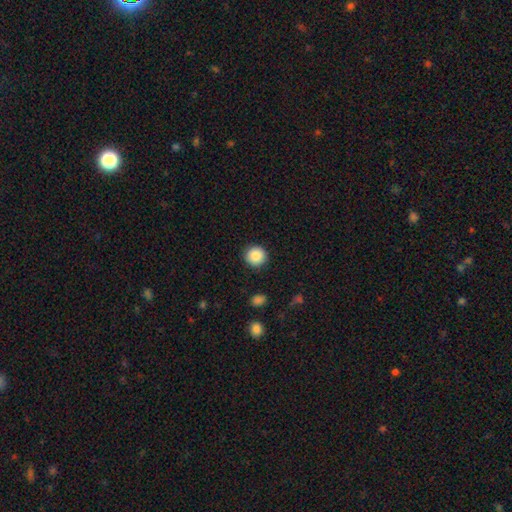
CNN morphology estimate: Smooth or featured: smooth — 88% (star or artifact — 8%)
How rounded: round — 95% (in between — 4%)
Merging: none — 92% (minor disturbance — 5%)